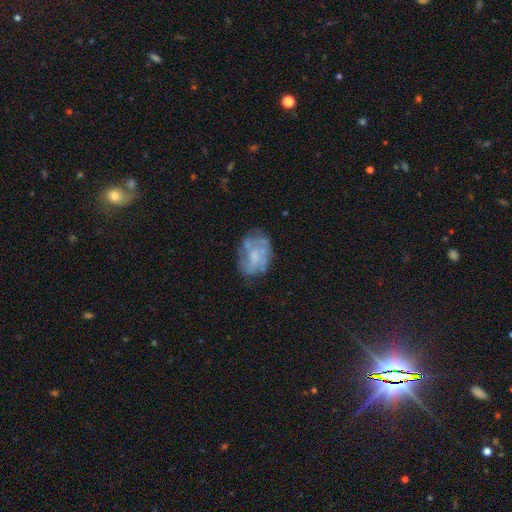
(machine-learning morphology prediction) This is possibly a featured or disk galaxy (56%). It is clearly not viewed edge-on (98%). Bar: clearly no (81%). Spiral arm pattern: likely no (67%). Central bulge: marginally none (40%). Merging: possibly none (57%).